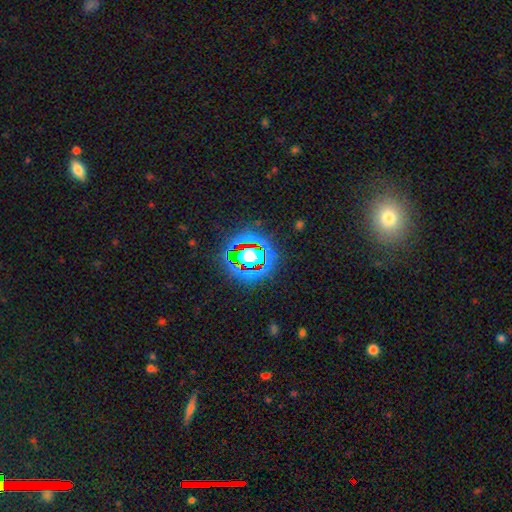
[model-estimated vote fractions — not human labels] A star or artifact, not a galaxy (68%).

Vote fractions:
- Smooth or featured? star or artifact: 68% / smooth: 20% / featured or disk: 12%